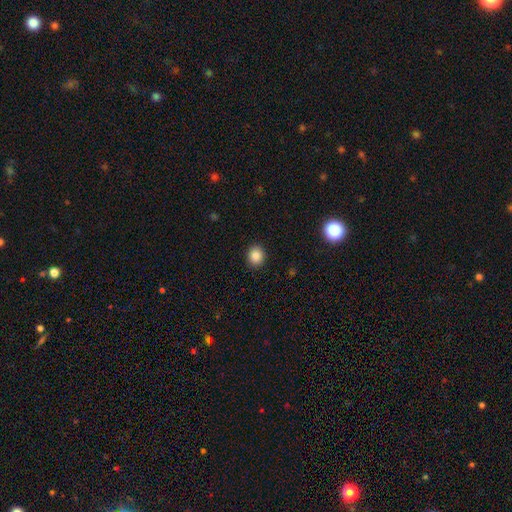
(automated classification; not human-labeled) A smooth galaxy with no disk features (86%) that is round (77%).

Vote fractions:
- Smooth or featured? smooth: 86% / star or artifact: 10% / featured or disk: 4%
- How rounded? round: 77% / in between: 23% / cigar-shaped: 1%
- Merging? none: 90% / minor disturbance: 7% / major disturbance: 2% / merger: 1%